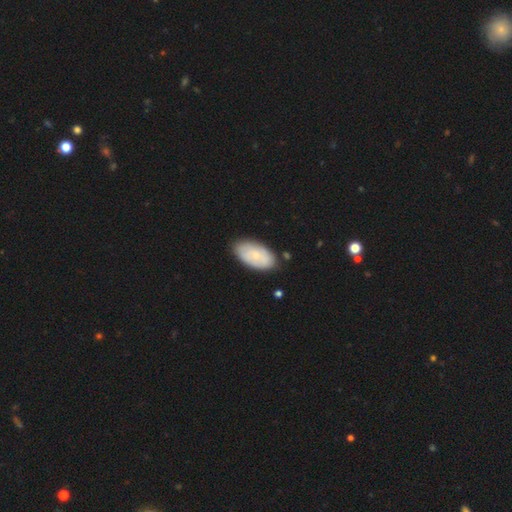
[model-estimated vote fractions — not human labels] Q: Smooth or featured?
A: smooth (62%); runner-up: featured or disk (33%)
Q: How rounded?
A: in between (95%); runner-up: round (3%)
Q: Merging?
A: none (79%); runner-up: minor disturbance (16%)